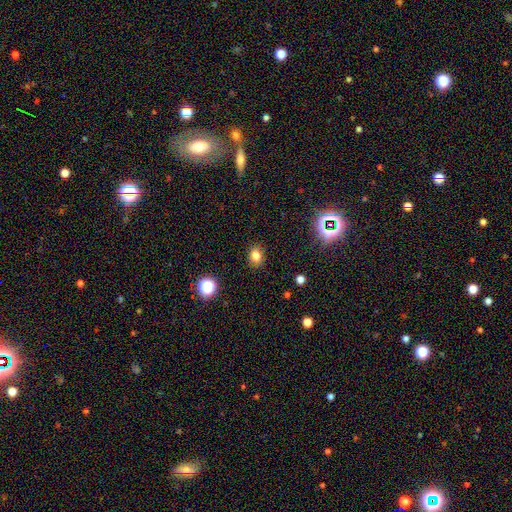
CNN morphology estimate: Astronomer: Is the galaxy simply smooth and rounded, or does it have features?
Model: smooth — 80%.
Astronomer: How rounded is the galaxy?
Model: round — 50% (runner-up: in between, 49%).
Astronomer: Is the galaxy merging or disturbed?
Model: none — 88%.